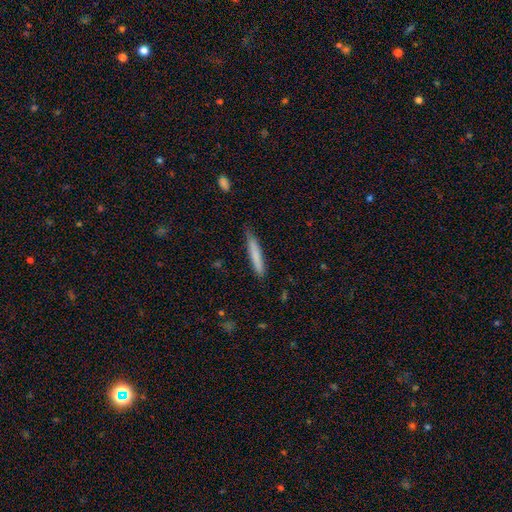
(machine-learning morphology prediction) A smooth galaxy with no disk features (77%) that is cigar-shaped (94%). Merging: none (77%).